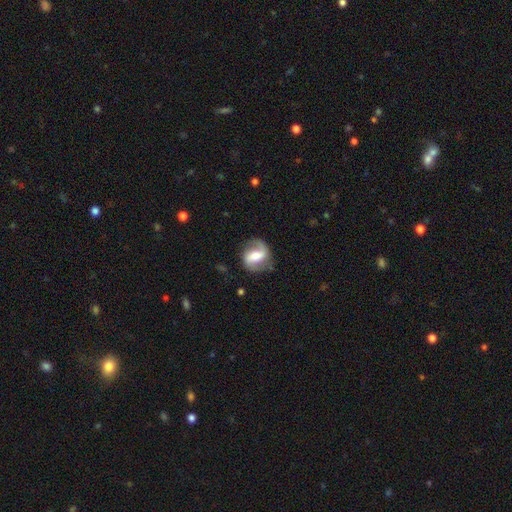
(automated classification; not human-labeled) This appears to be a featured or disk galaxy (73%) with a strong bar (42%), 2 (86%) medium (43%) spiral arms (89%) and a moderate central bulge (58%). Merging: none (77%).